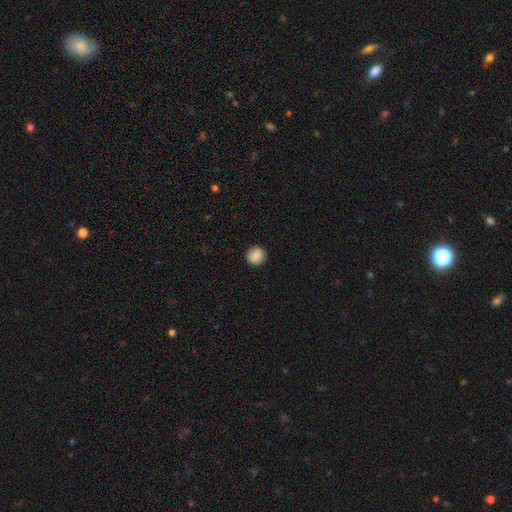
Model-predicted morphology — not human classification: This is clearly a smooth galaxy (87%). How rounded: clearly round (89%). Merging: clearly none (91%).